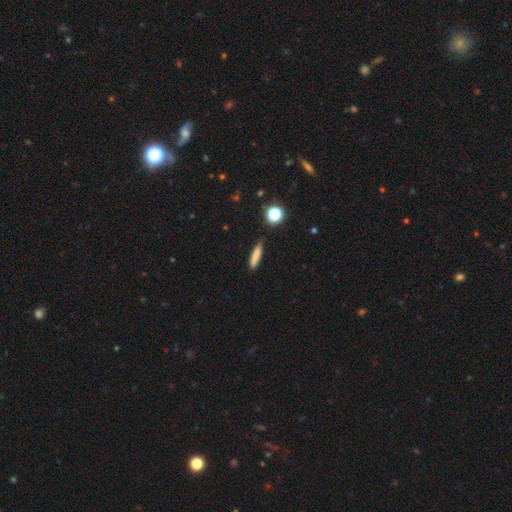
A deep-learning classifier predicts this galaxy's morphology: Q: Smooth or featured?
A: smooth (80%); runner-up: featured or disk (10%)
Q: How rounded?
A: cigar-shaped (85%); runner-up: in between (12%)
Q: Merging?
A: none (85%); runner-up: minor disturbance (10%)